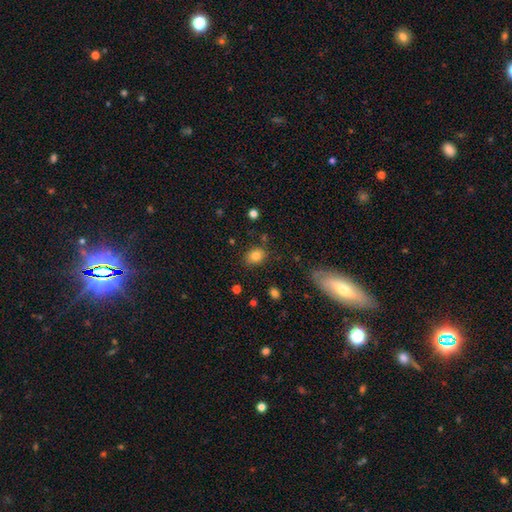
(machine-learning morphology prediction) Overall: smooth (82%). How rounded: in between (56%; round 43%). Merging: none (80%).